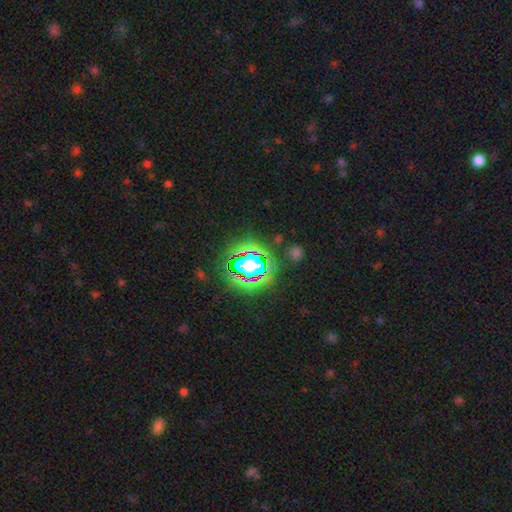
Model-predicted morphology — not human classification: Smooth or featured: star or artifact — 73% (smooth — 18%)